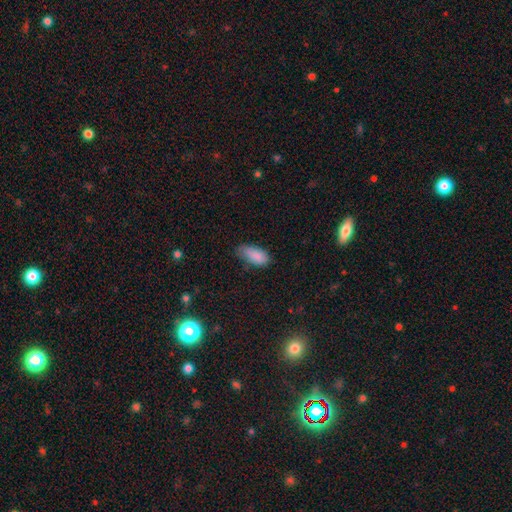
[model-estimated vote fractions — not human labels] smooth_or_featured: smooth (p=0.87) [alt: star or artifact p=0.07]
how_rounded: in between (p=0.91) [alt: cigar-shaped p=0.07]
merging: none (p=0.53) [alt: minor disturbance p=0.37]